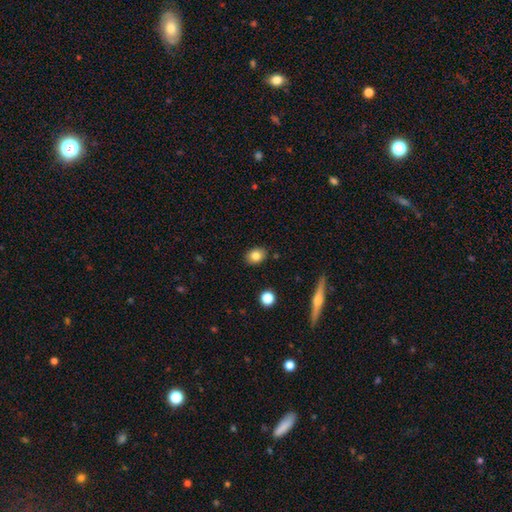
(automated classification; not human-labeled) The model was most divided on "how rounded": in between: 58%, round: 40%, cigar-shaped: 1%. More confident: merging — none (87%); smooth or featured — smooth (82%).